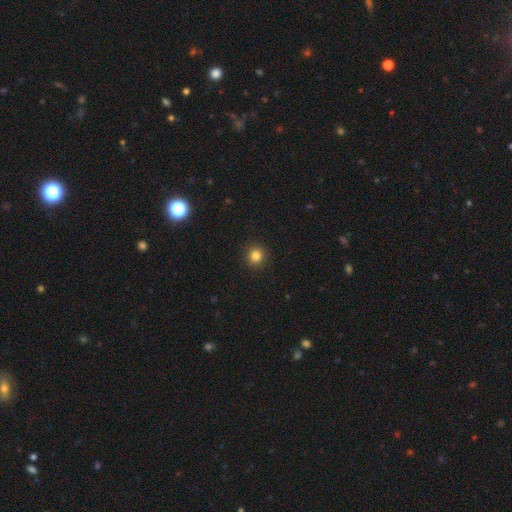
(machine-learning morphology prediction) Smooth or featured: smooth — 83% (star or artifact — 12%)
How rounded: round — 91% (in between — 8%)
Merging: none — 92% (minor disturbance — 5%)